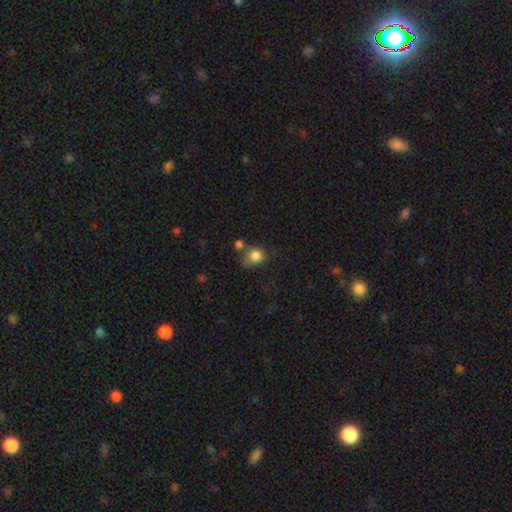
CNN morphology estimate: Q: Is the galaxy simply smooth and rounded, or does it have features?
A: smooth — 83%.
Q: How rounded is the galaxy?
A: round — 69%.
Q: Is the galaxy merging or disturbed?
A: none — 51%.